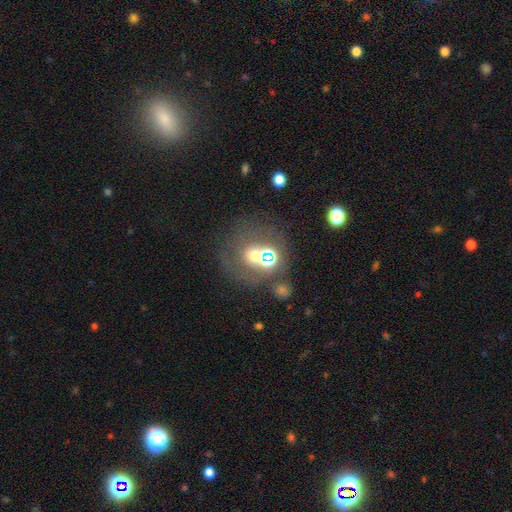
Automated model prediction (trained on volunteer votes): smooth-or-featured: smooth: 51% | star or artifact: 29% | featured or disk: 20%
  how-rounded: round: 76% | in between: 23% | cigar-shaped: 1%
  merging: none: 53% | merger: 23% | minor disturbance: 13% | major disturbance: 11%